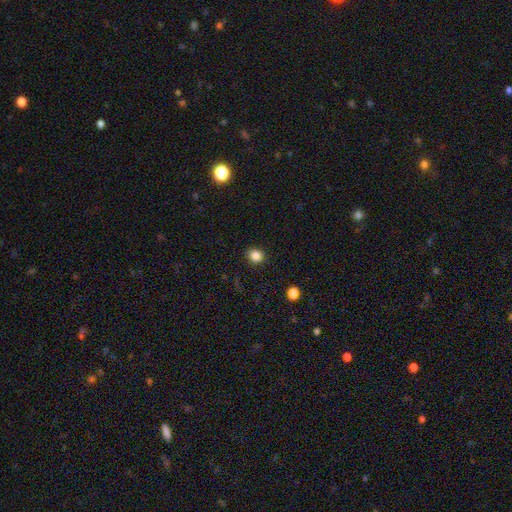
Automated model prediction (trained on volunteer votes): Overall: smooth (85%). How rounded: round (76%). Merging: none (90%).